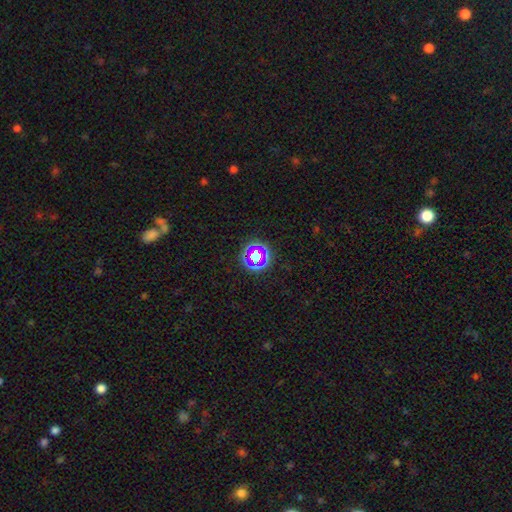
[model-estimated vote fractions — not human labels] star or artifact 55%, smooth 32%, featured or disk 14%.